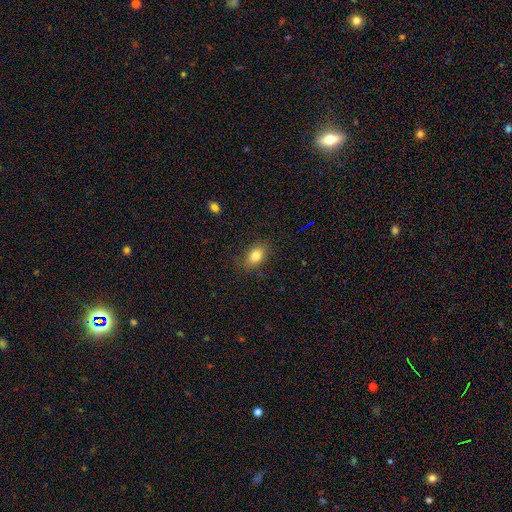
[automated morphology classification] This is clearly a smooth galaxy (81%). How rounded: likely in between (76%). Merging: clearly none (82%).